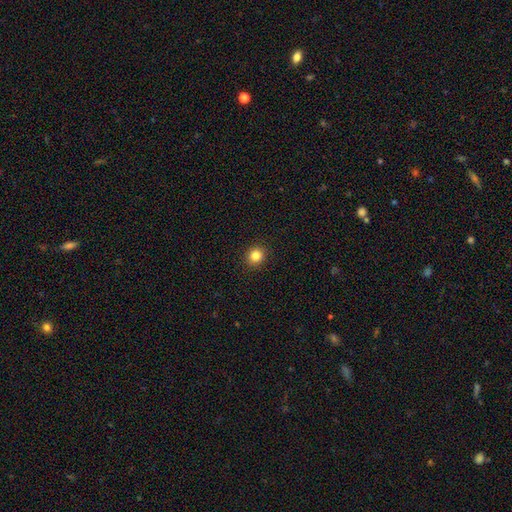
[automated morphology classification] A smooth galaxy with no disk features (84%) that is round (87%).

Vote fractions:
- Smooth or featured? smooth: 84% / star or artifact: 11% / featured or disk: 5%
- How rounded? round: 87% / in between: 12% / cigar-shaped: 1%
- Merging? none: 92% / minor disturbance: 5% / major disturbance: 2% / merger: 1%